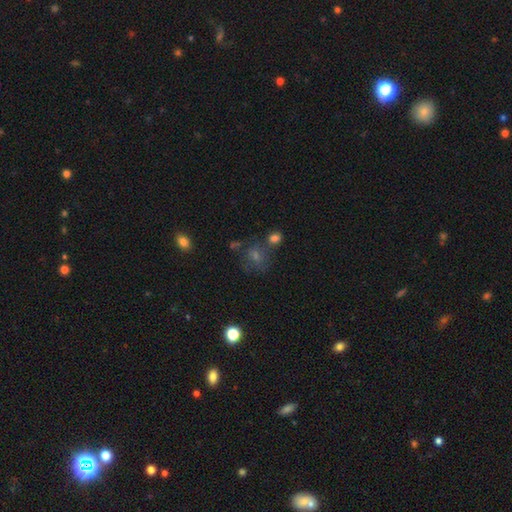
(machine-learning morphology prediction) Overall: smooth (43%; star or artifact 32%). Merging: none (62%).